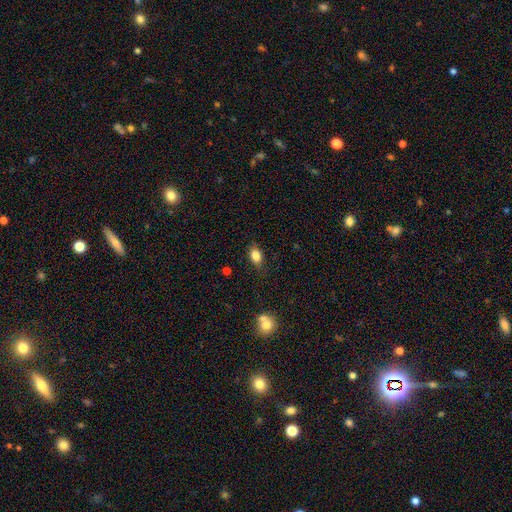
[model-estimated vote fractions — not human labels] A smooth galaxy with no disk features (83%) that is in between round and cigar-shaped (80%). Merging: none (79%).